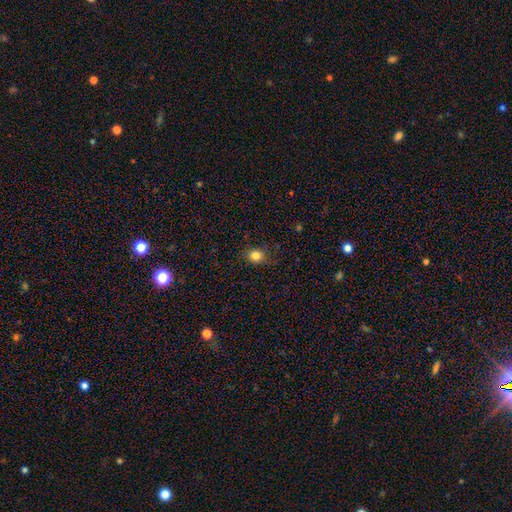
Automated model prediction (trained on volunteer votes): The model was most divided on "how rounded": round: 68%, in between: 31%, cigar-shaped: 1%. More confident: merging — none (84%); smooth or featured — smooth (83%).